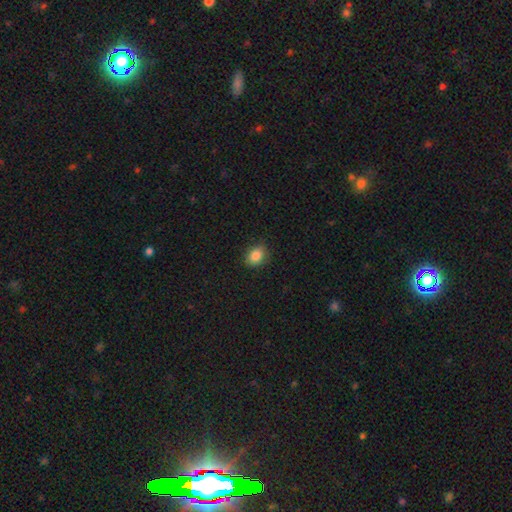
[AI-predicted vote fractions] The model was most divided on "how rounded": in between: 63%, round: 36%, cigar-shaped: 1%. More confident: smooth or featured — smooth (86%); merging — none (84%).